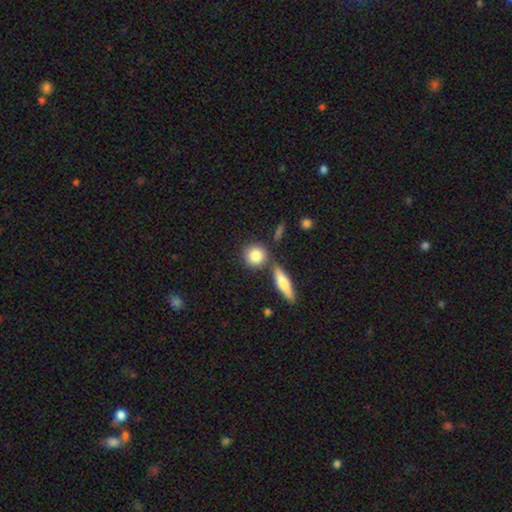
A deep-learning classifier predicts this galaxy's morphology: Smooth or featured: smooth — 84% (featured or disk — 9%)
How rounded: round — 82% (in between — 14%)
Merging: none — 74% (merger — 14%)